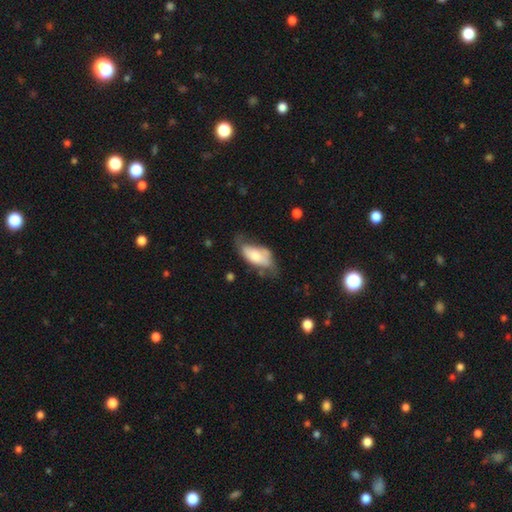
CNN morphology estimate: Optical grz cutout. It shows a smooth galaxy with no disk features (61%) that is in between round and cigar-shaped (89%). Merging: none (38%).